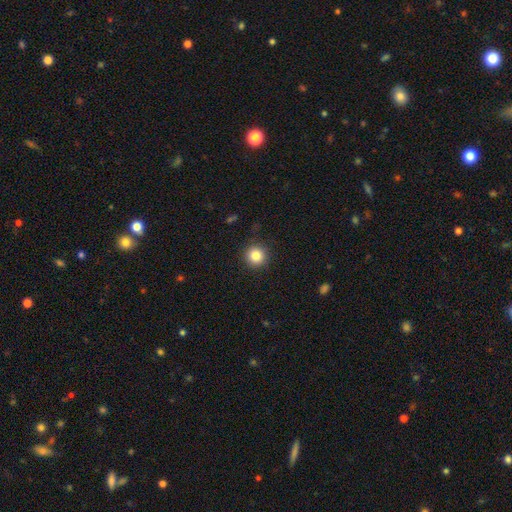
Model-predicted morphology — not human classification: A smooth galaxy with no disk features (85%) that is round (95%).

Vote fractions:
- Smooth or featured? smooth: 85% / star or artifact: 10% / featured or disk: 5%
- How rounded? round: 95% / in between: 5% / cigar-shaped: 1%
- Merging? none: 91% / minor disturbance: 6% / major disturbance: 2% / merger: 1%